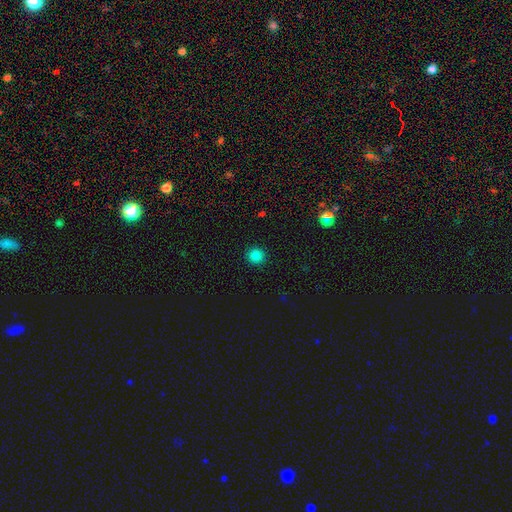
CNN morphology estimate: The model was most divided on "smooth or featured": smooth: 84%, star or artifact: 13%, featured or disk: 3%. More confident: merging — none (91%); how rounded — round (91%).